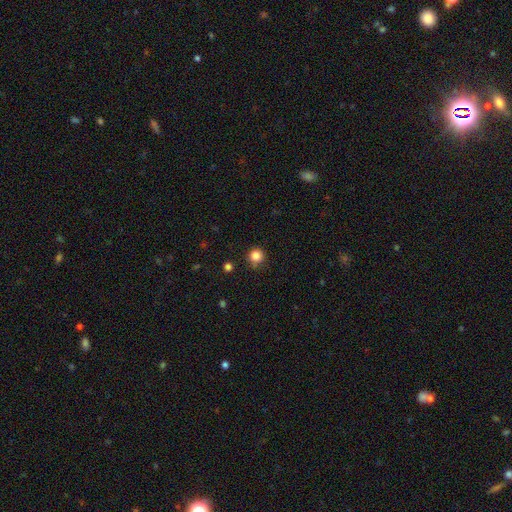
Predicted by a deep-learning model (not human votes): Smooth or featured: smooth — 84% (star or artifact — 12%)
How rounded: round — 94% (in between — 5%)
Merging: none — 84% (minor disturbance — 12%)